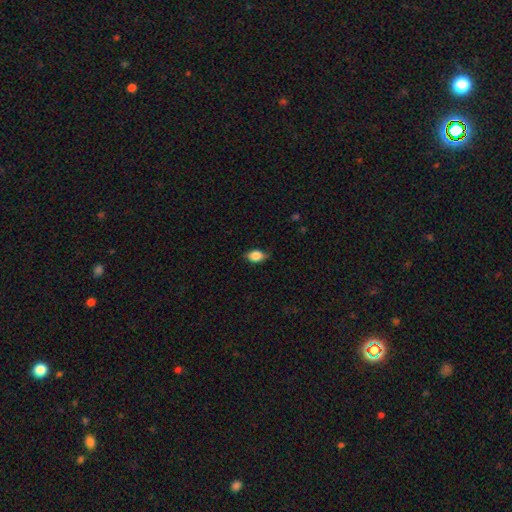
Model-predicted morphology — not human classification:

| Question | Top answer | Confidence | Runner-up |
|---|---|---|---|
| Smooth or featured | smooth | 83% | featured or disk (8%) |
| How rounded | in between | 80% | round (18%) |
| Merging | none | 76% | minor disturbance (19%) |